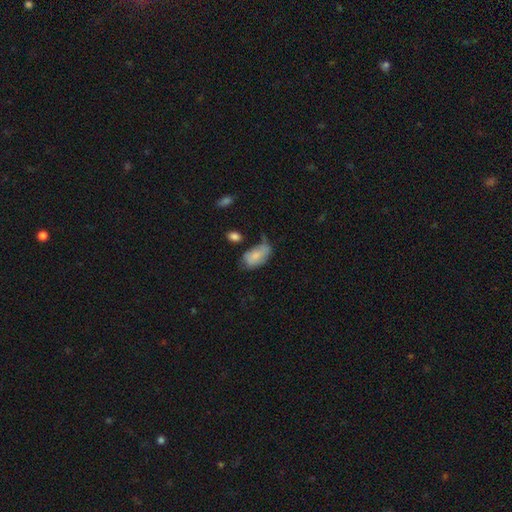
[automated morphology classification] The model was most divided on "merging": none: 40%, minor disturbance: 38%, major disturbance: 15%, merger: 7%. More confident: how rounded — in between (93%); smooth or featured — smooth (77%).